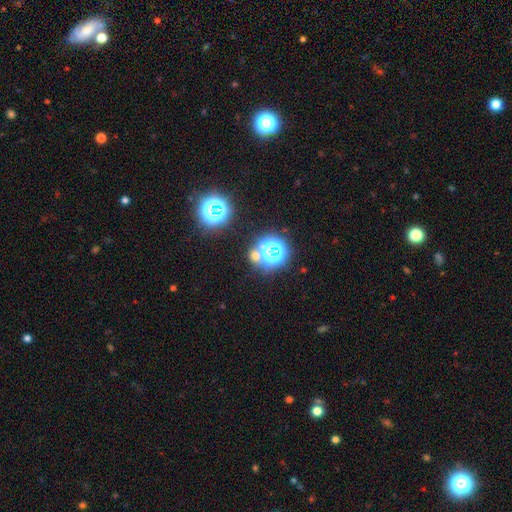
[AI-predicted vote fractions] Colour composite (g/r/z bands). It shows a star or artifact, not a galaxy (56%).